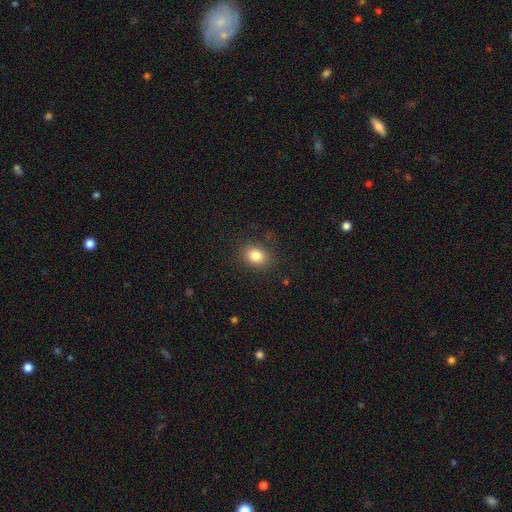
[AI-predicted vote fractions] Smooth or featured? smooth (82%)
How rounded? in between (55%)
Merging? none (85%)